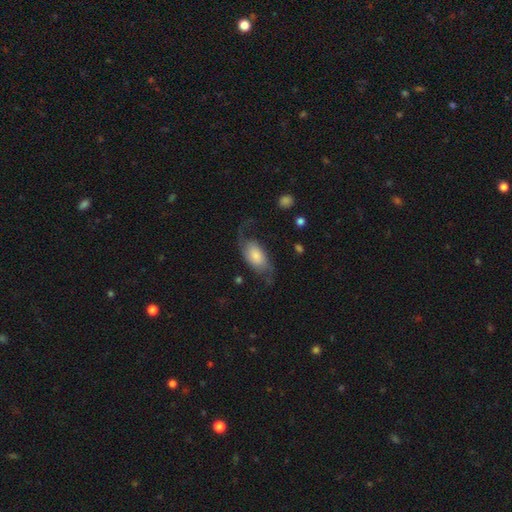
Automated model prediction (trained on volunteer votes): Overall: featured or disk (61%; smooth 32%). Edge-on disk: no (93%). Bar: no (66%; weak 27%). Spiral arms: yes (92%). Spiral arm count: 2 (90%). Spiral winding: loose (71%). Bulge size: small (28%; large 25%). Merging: none (54%; major disturbance 24%).